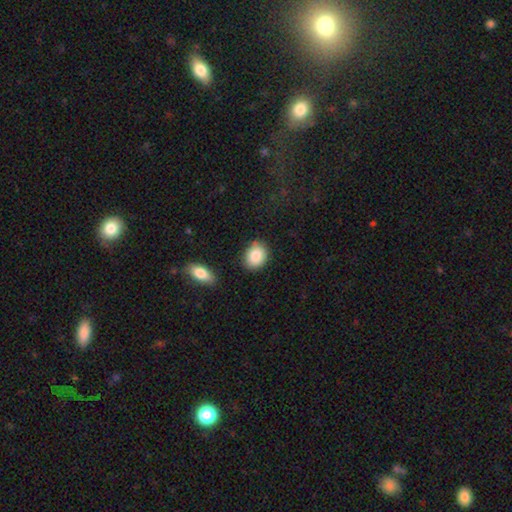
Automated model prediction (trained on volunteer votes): Morphology: type=smooth (87%); roundness=in between (50%); merging=none (81%).